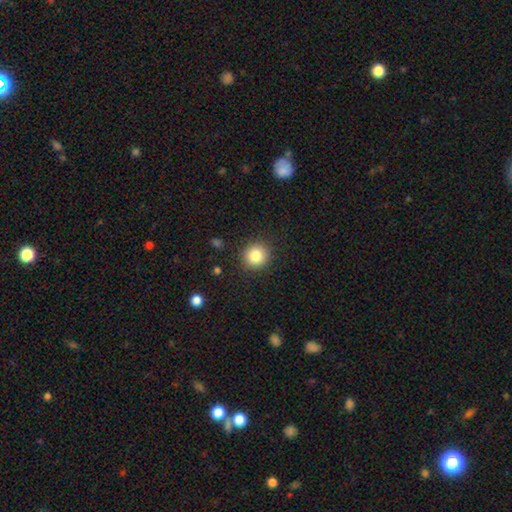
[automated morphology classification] A smooth galaxy with no disk features (84%) that is round (91%).

Vote fractions:
- Smooth or featured? smooth: 84% / star or artifact: 10% / featured or disk: 6%
- How rounded? round: 91% / in between: 8% / cigar-shaped: 1%
- Merging? none: 90% / minor disturbance: 7% / major disturbance: 2% / merger: 1%